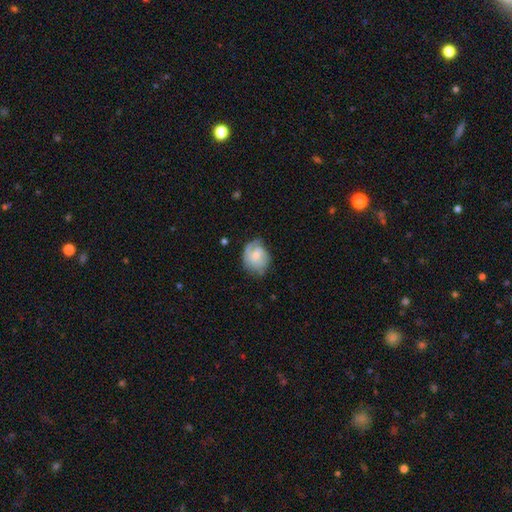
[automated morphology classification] This is possibly a featured or disk galaxy (48%). Merging: possibly none (54%).